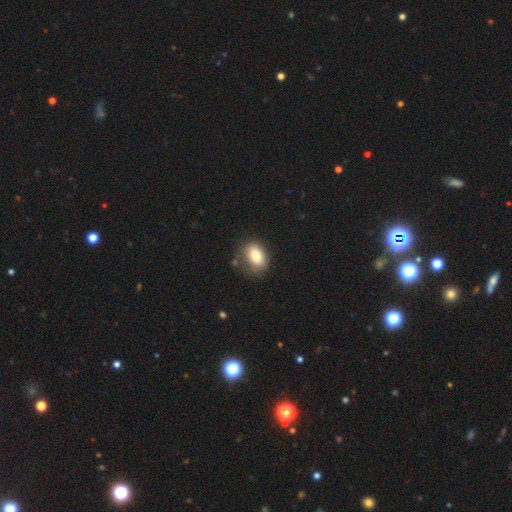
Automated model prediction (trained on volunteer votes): A smooth galaxy with no disk features (81%) that is in between round and cigar-shaped (81%).

Vote fractions:
- Smooth or featured? smooth: 81% / featured or disk: 10% / star or artifact: 8%
- How rounded? in between: 81% / round: 17% / cigar-shaped: 2%
- Merging? none: 65% / minor disturbance: 23% / major disturbance: 7% / merger: 5%